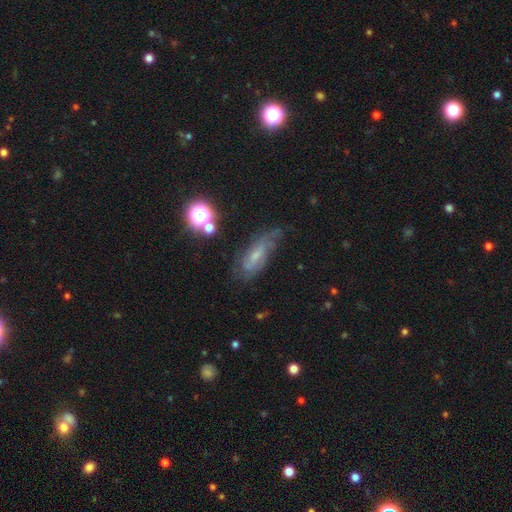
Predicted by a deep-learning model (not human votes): Smooth or featured: featured or disk — 51% (smooth — 34%)
Edge-on disk: no — 79% (yes — 21%)
Merging: none — 56% (minor disturbance — 28%)